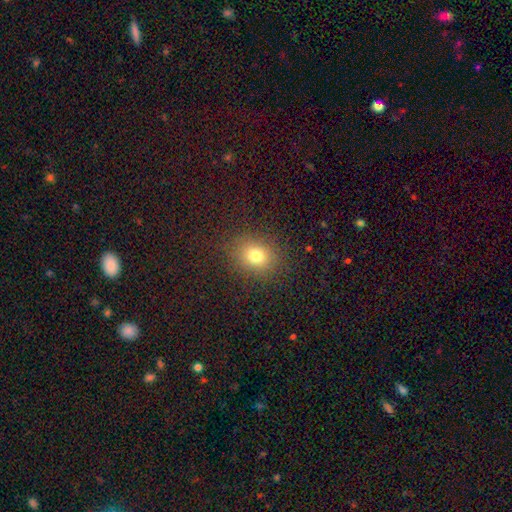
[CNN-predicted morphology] Overall: smooth (75%). How rounded: round (65%; in between 34%). Merging: none (86%).